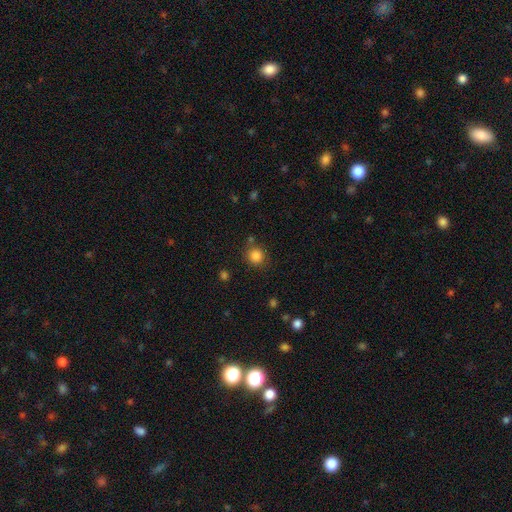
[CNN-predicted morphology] The model was most divided on "merging": none: 79%, minor disturbance: 11%, merger: 6%, major disturbance: 4%. More confident: how rounded — round (90%); smooth or featured — smooth (85%).